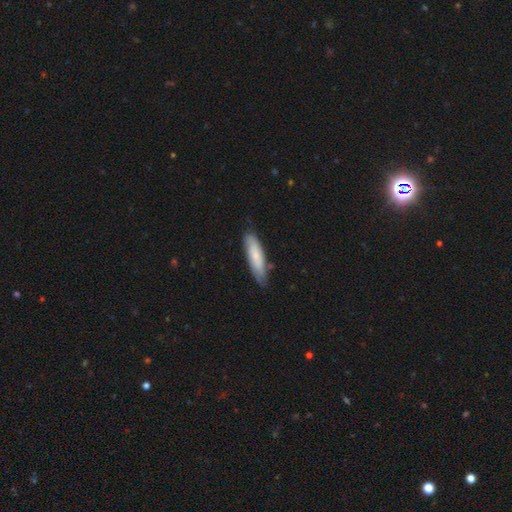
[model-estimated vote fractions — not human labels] smooth 64%, featured or disk 30%, star or artifact 6%. Down the decision tree: how rounded — cigar-shaped (65%); merging — none (73%).